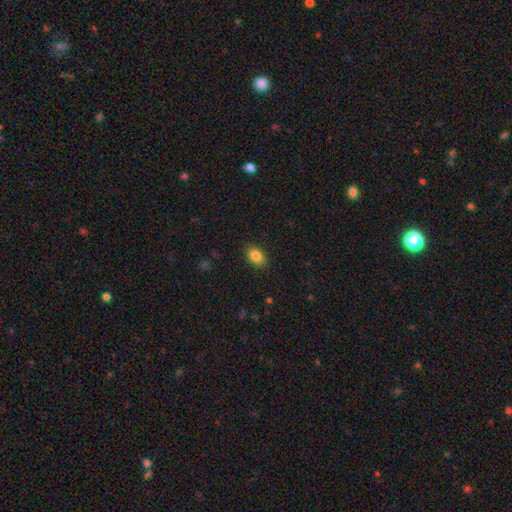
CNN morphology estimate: Q: Smooth or featured?
A: smooth (85%); runner-up: star or artifact (9%)
Q: How rounded?
A: in between (78%); runner-up: round (21%)
Q: Merging?
A: none (87%); runner-up: minor disturbance (10%)